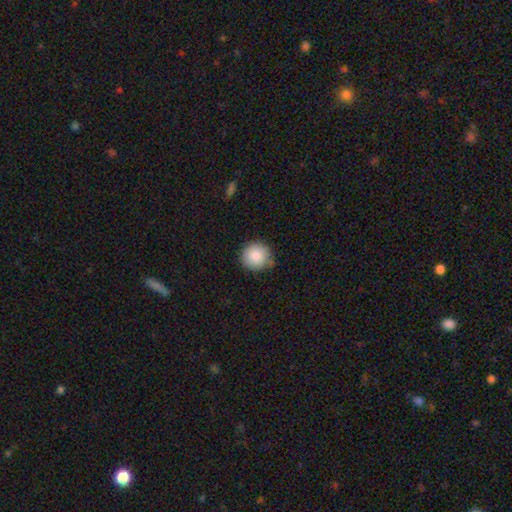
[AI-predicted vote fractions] smooth_or_featured: smooth (p=0.88) [alt: star or artifact p=0.08]
how_rounded: round (p=0.93) [alt: in between p=0.06]
merging: none (p=0.80) [alt: minor disturbance p=0.15]